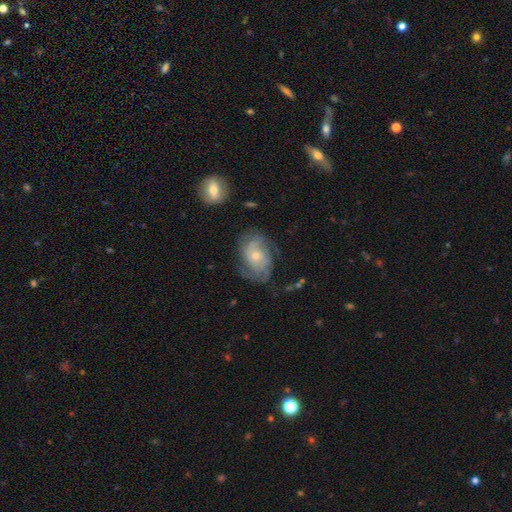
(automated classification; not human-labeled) A featured or disk galaxy (71%) with no bar (76%), 2 (38%) tight (44%) spiral arms (86%) and a small central bulge (58%).

Vote fractions:
- Smooth or featured? featured or disk: 71% / smooth: 22% / star or artifact: 7%
- Edge-on disk? no: 97% / yes: 3%
- Bar? no: 76% / weak: 21% / strong: 3%
- Spiral arms? yes: 86% / no: 14%
- Spiral winding? tight: 44% / medium: 39% / loose: 18%
- Spiral arm count? 2: 38% / can't tell: 35% / 3: 14% / 4: 5% / 1: 5% / more than 4: 4%
- Bulge size? small: 58% / moderate: 37% / large: 2% / none: 2% / dominant: 1%
- Merging? none: 58% / minor disturbance: 24% / major disturbance: 16% / merger: 2%